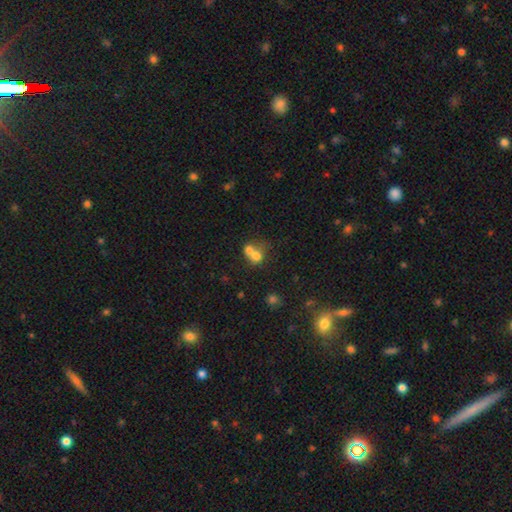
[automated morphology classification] This is likely a smooth galaxy (68%). How rounded: likely round (68%). Merging: likely merger (69%).